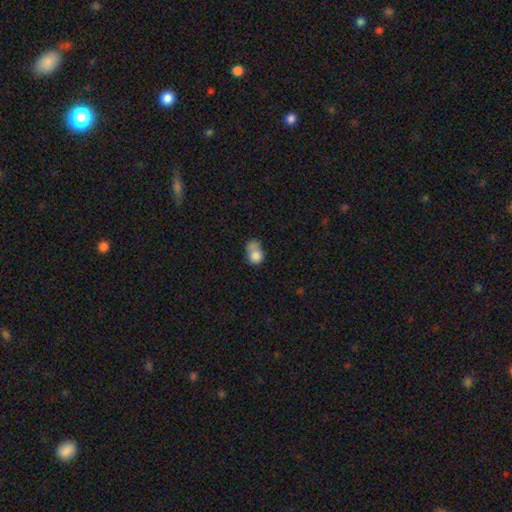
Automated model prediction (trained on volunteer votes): smooth 78%, featured or disk 13%, star or artifact 10%. Down the decision tree: how rounded — in between (52%); merging — merger (33%).